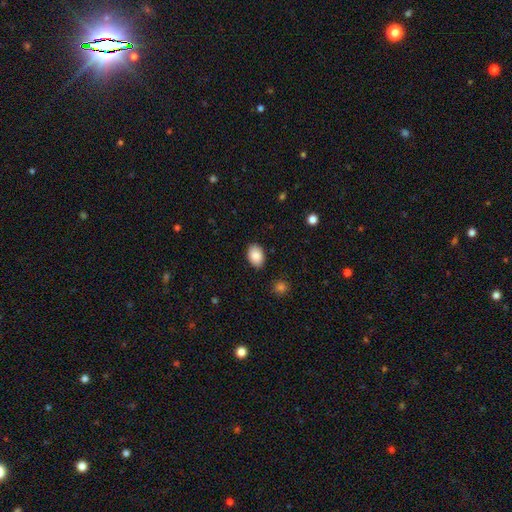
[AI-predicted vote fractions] smooth_or_featured: smooth (p=0.88) [alt: star or artifact p=0.07]
how_rounded: in between (p=0.85) [alt: round p=0.14]
merging: none (p=0.88) [alt: minor disturbance p=0.09]